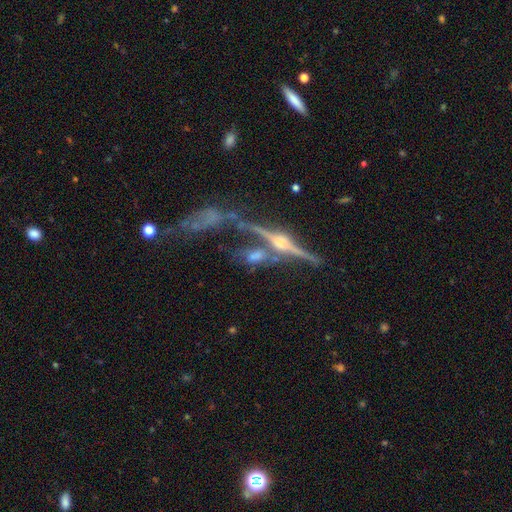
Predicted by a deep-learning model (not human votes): A featured or disk galaxy (81%) viewed edge-on (91%) with a rounded central bulge (94%). Merging: none (56%).